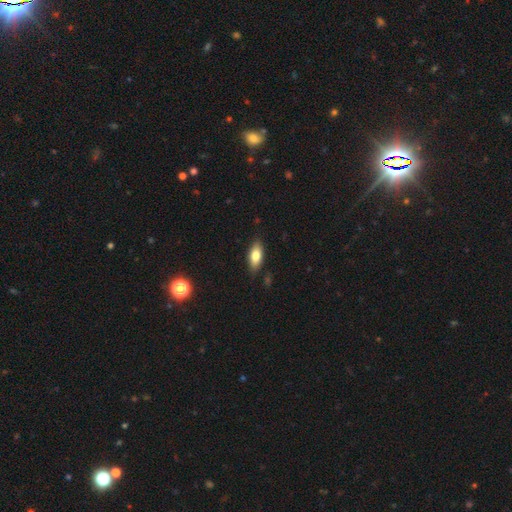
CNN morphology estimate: This is likely a smooth galaxy (77%). How rounded: clearly in between (84%). Merging: clearly none (84%).